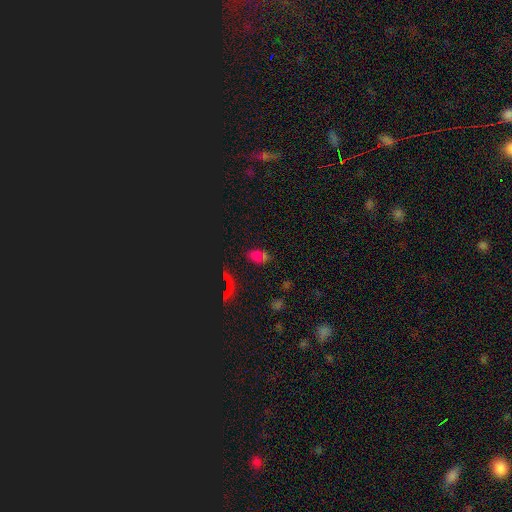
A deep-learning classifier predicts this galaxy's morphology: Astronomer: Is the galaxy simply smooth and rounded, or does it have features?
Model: smooth — 55% (runner-up: star or artifact, 37%).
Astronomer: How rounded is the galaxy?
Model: in between — 84%.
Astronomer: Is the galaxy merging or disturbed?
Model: none — 70%.